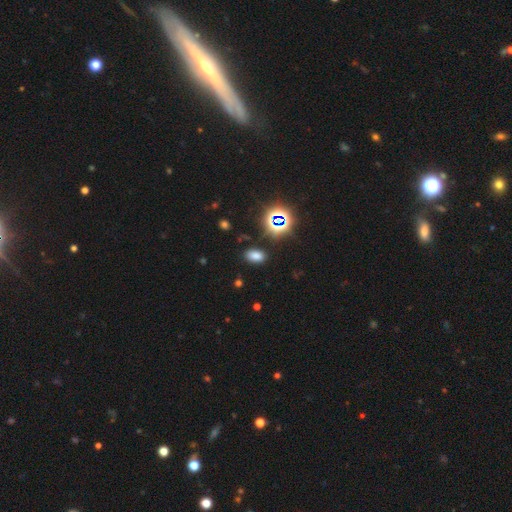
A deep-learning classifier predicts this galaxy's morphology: Smooth or featured? Predicted: smooth (p=0.69). How rounded? Predicted: in between (p=0.86). Merging? Predicted: none (p=0.85).